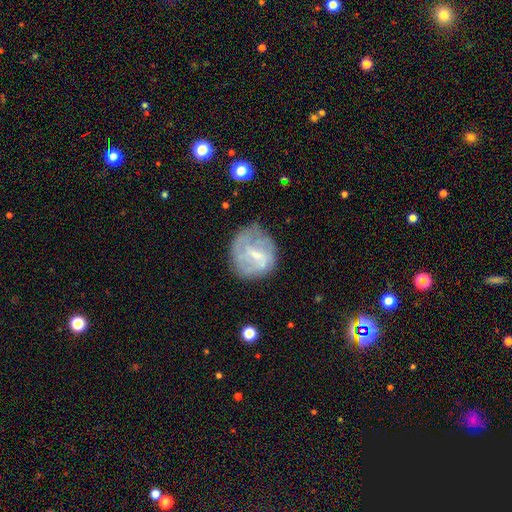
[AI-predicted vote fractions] smooth-or-featured: featured or disk: 57% | smooth: 35% | star or artifact: 8%
  disk-edge-on: no: 97% | yes: 3%
    bar: weak: 53% | no: 26% | strong: 21%
    has-spiral-arms: yes: 52% | no: 48%
    bulge-size: small: 52% | moderate: 26% | none: 19% | large: 2% | dominant: 1%
  merging: none: 56% | minor disturbance: 26% | major disturbance: 15% | merger: 3%